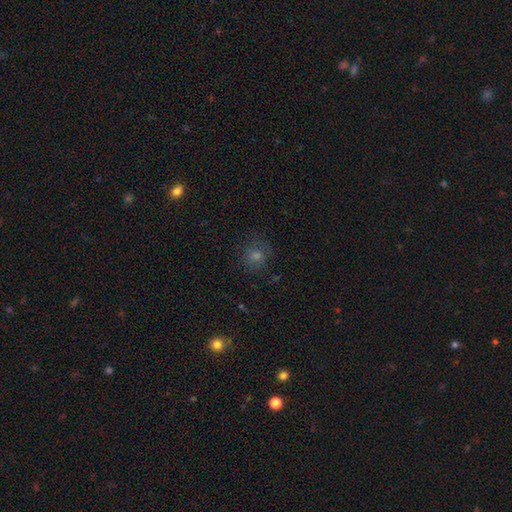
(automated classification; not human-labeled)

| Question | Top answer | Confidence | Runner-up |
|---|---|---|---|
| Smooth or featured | smooth | 61% | star or artifact (27%) |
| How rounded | round | 85% | in between (14%) |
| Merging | none | 81% | minor disturbance (12%) |